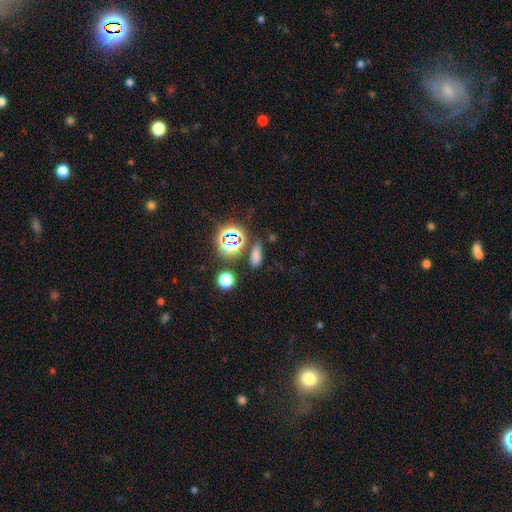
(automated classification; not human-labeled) The model was most divided on "smooth or featured": smooth: 64%, star or artifact: 29%, featured or disk: 7%. More confident: merging — none (76%); how rounded — in between (65%).